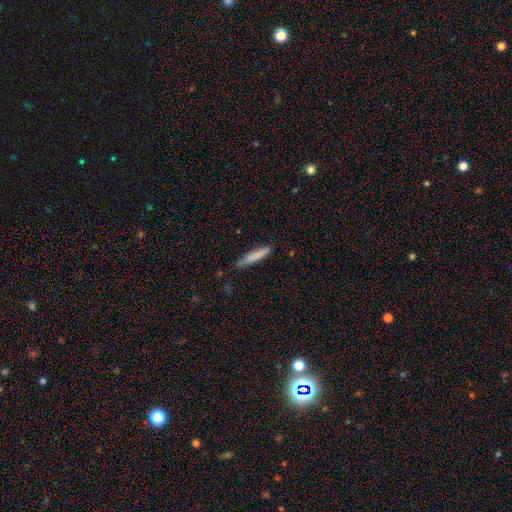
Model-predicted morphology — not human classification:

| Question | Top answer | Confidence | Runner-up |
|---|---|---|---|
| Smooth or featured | smooth | 79% | featured or disk (14%) |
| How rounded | cigar-shaped | 89% | in between (10%) |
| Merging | none | 67% | minor disturbance (25%) |